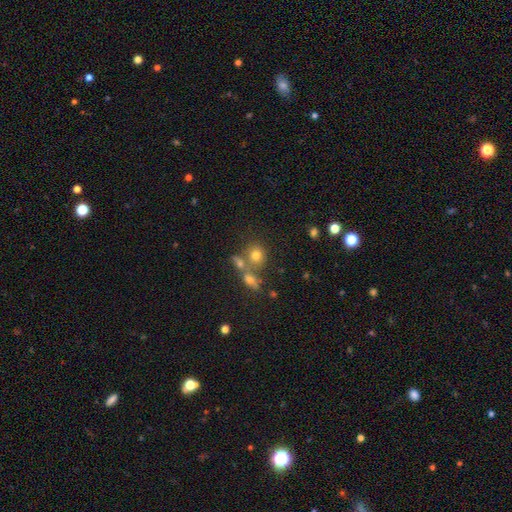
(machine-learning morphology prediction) type=smooth (68%); roundness=round (79%); merging=none (54%).